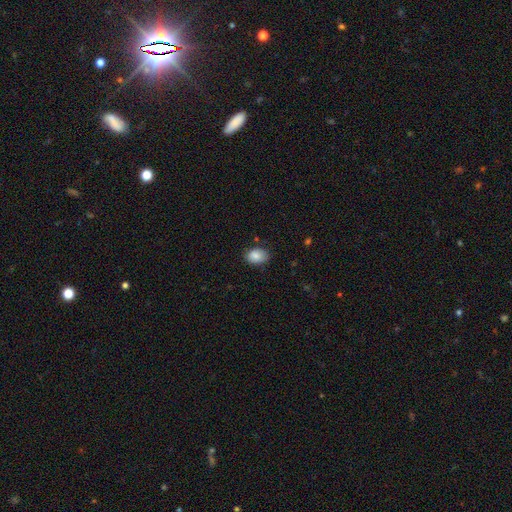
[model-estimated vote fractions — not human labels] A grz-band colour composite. It shows a smooth galaxy with no disk features (87%) that is in between round and cigar-shaped (80%). Merging: none (80%).